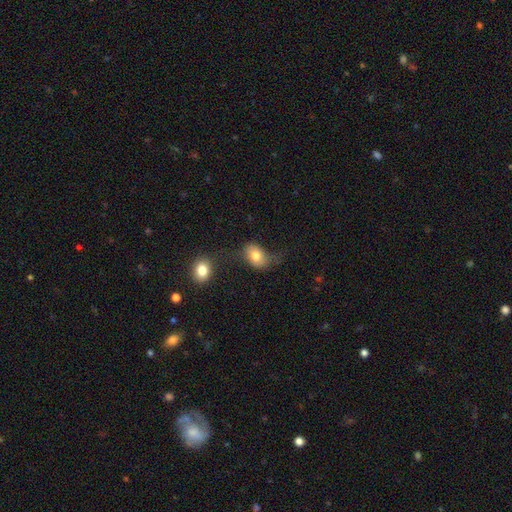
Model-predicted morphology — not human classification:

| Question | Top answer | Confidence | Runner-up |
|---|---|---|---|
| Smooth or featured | smooth | 75% | featured or disk (15%) |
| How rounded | in between | 73% | round (26%) |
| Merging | none | 45% | minor disturbance (27%) |